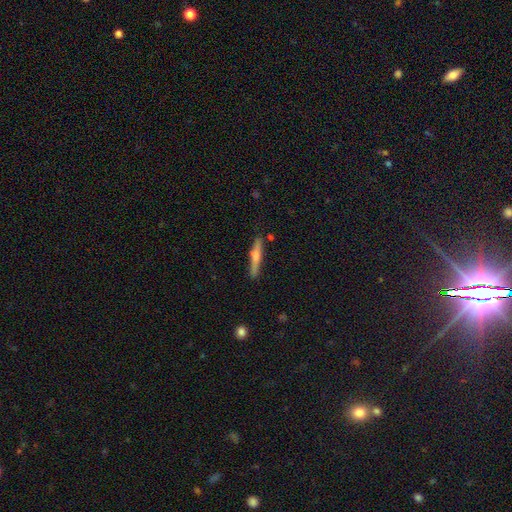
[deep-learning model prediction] The model was most divided on "smooth or featured": smooth: 54%, featured or disk: 40%, star or artifact: 6%. More confident: how rounded — cigar-shaped (92%); merging — none (84%).